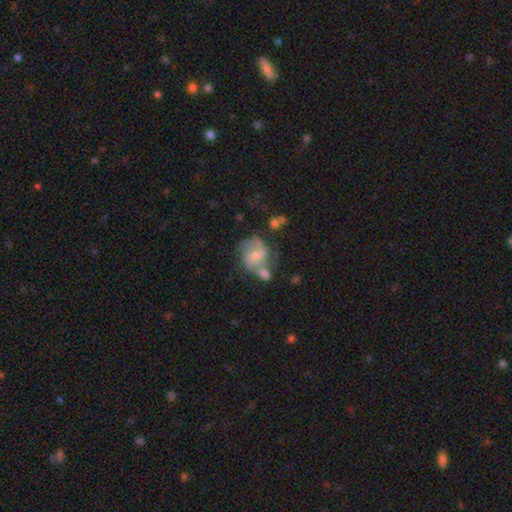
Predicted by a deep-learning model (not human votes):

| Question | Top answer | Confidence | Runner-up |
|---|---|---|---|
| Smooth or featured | featured or disk | 64% | smooth (27%) |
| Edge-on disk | no | 97% | yes (3%) |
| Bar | weak | 47% | no (37%) |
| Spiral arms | yes | 83% | no (17%) |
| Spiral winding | medium | 49% | loose (28%) |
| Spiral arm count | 2 | 74% | can't tell (14%) |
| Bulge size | small | 49% | moderate (41%) |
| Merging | none | 42% | merger (29%) |